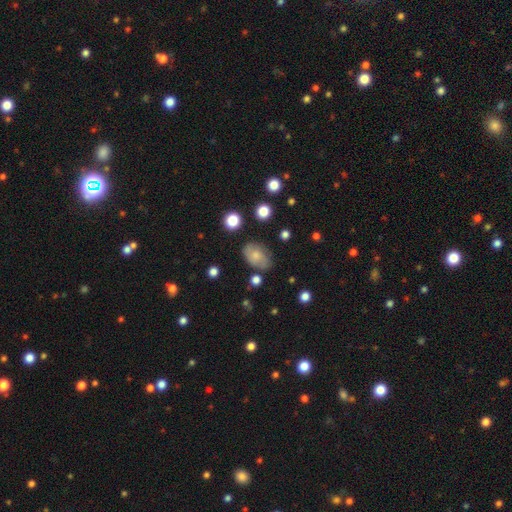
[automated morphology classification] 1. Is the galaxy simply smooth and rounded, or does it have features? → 66% smooth, 25% featured or disk, 9% star or artifact.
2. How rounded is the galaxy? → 85% in between, 13% round, 1% cigar-shaped.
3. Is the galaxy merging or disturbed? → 67% none, 22% minor disturbance, 7% major disturbance, 4% merger.